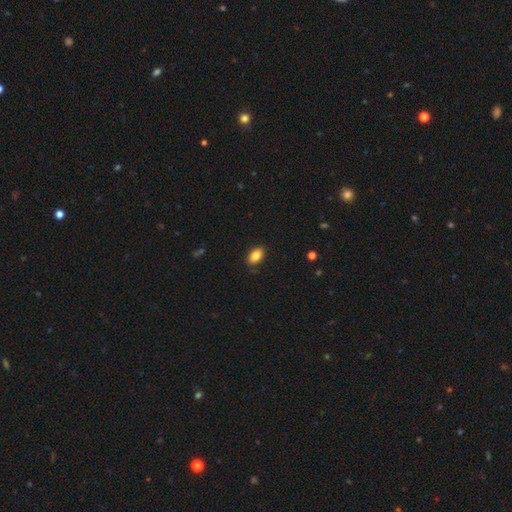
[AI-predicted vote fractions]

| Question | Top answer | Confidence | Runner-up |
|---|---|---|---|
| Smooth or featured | smooth | 83% | featured or disk (9%) |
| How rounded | in between | 89% | round (10%) |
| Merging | none | 87% | minor disturbance (10%) |